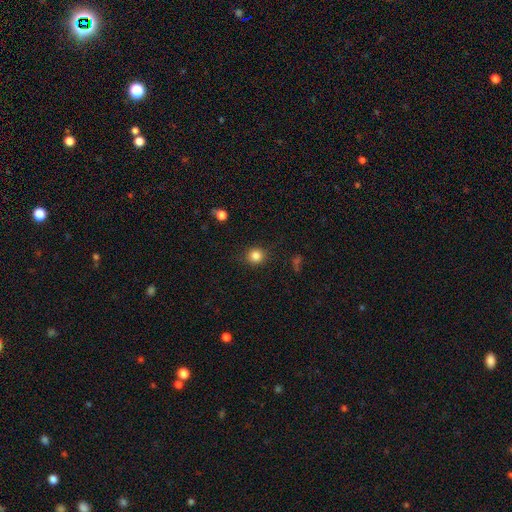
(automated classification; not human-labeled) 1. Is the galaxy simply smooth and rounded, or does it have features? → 84% smooth, 11% star or artifact, 4% featured or disk.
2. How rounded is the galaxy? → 90% round, 9% in between, 1% cigar-shaped.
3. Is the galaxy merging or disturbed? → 88% none, 8% minor disturbance, 2% major disturbance, 1% merger.